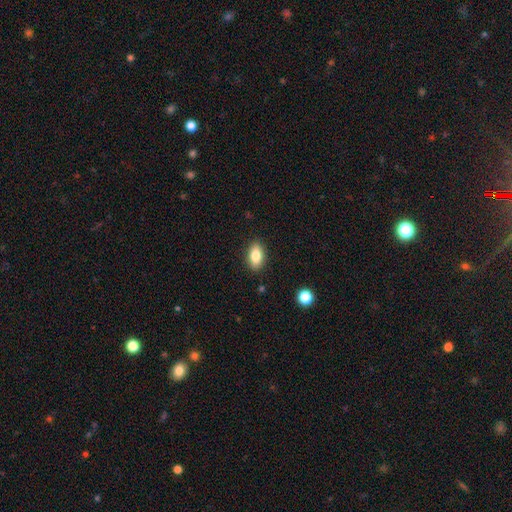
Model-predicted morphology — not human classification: This is clearly a smooth galaxy (83%). How rounded: clearly in between (90%). Merging: clearly none (88%).